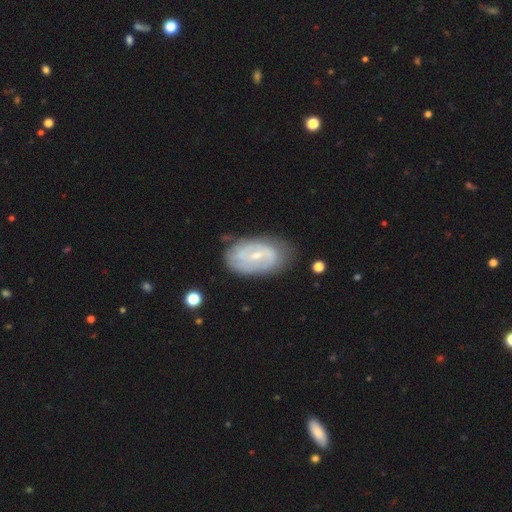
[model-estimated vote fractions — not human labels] Smooth or featured? Predicted: featured or disk (p=0.73). Edge-on disk? Predicted: no (p=0.95). Bar? Predicted: weak (p=0.51). Spiral arms? Predicted: yes (p=0.81). Spiral winding? Predicted: tight (p=0.41). Spiral arm count? Predicted: 2 (p=0.56). Bulge size? Predicted: small (p=0.72). Merging? Predicted: none (p=0.71).